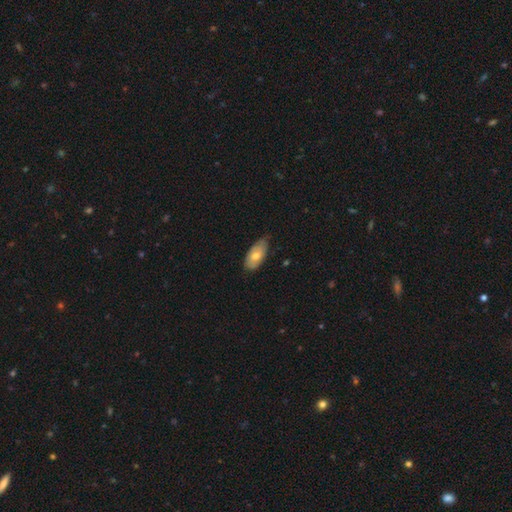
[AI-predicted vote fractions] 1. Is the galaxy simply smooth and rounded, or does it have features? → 65% smooth, 29% featured or disk, 6% star or artifact.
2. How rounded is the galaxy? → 93% in between, 4% cigar-shaped, 3% round.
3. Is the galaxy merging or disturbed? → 61% none, 33% minor disturbance, 5% major disturbance, 1% merger.